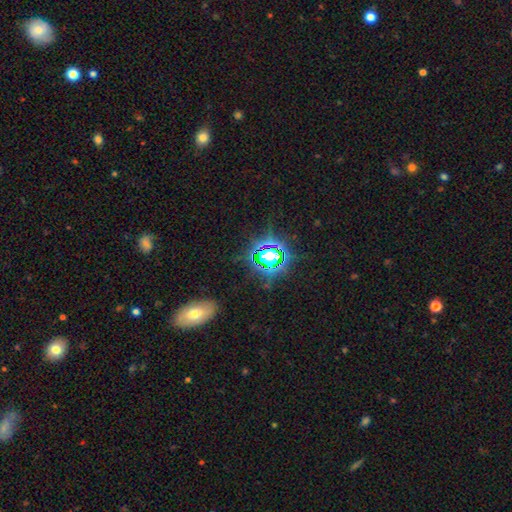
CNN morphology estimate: Smooth or featured: star or artifact — 73% (smooth — 18%)